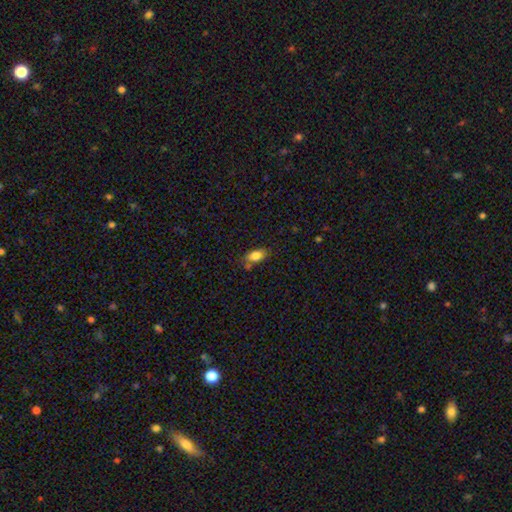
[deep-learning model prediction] This is clearly a smooth galaxy (83%). How rounded: clearly in between (89%). Merging: likely none (70%).